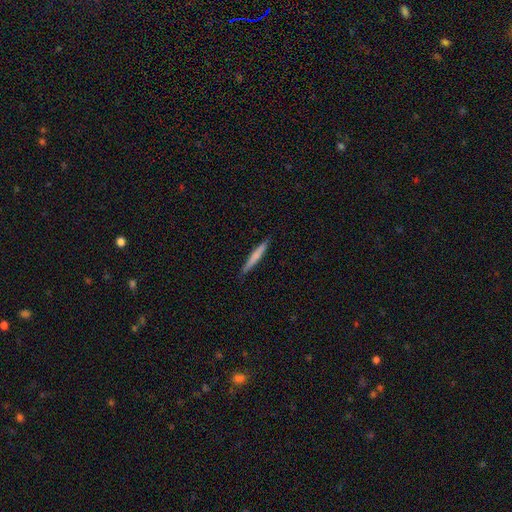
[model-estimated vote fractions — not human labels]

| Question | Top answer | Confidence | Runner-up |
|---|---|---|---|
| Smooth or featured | smooth | 69% | featured or disk (26%) |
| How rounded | cigar-shaped | 96% | in between (3%) |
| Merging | none | 90% | minor disturbance (8%) |